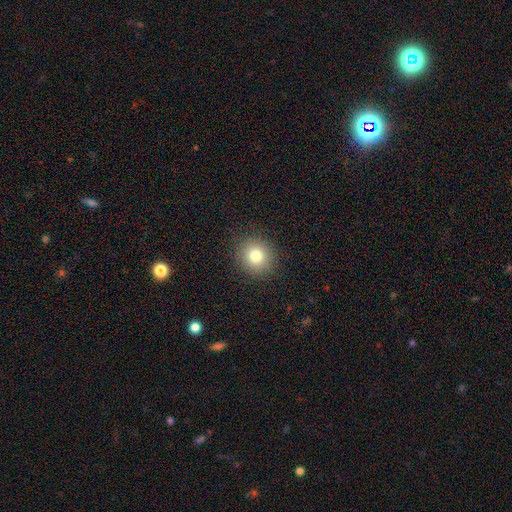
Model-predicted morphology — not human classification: Smooth or featured?
  - smooth: 80% *
  - star or artifact: 12%
  - featured or disk: 9%
How rounded?
  - round: 88% *
  - in between: 11%
  - cigar-shaped: 1%
Merging?
  - none: 90% *
  - minor disturbance: 6%
  - major disturbance: 2%
  - merger: 1%